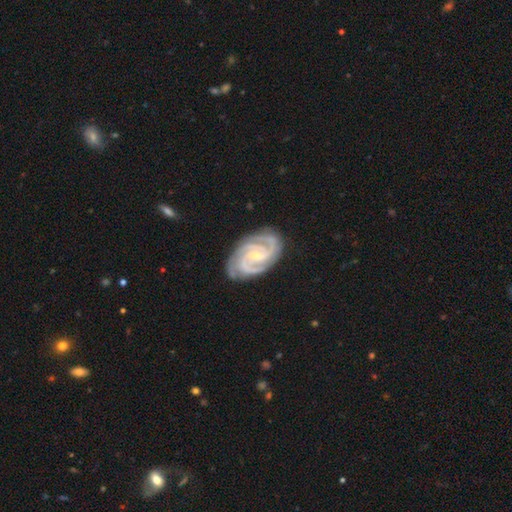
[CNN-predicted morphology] A featured or disk galaxy (93%) with a weak bar (48%), 2 (40%) tight (67%) spiral arms (99%) and a small central bulge (66%). Merging: none (80%).